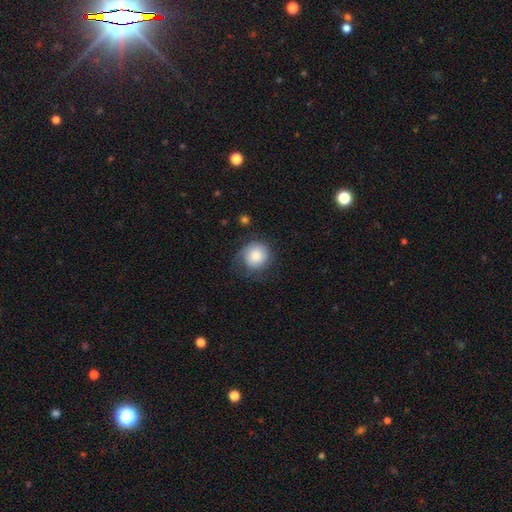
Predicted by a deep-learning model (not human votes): Overall: smooth (77%). How rounded: round (87%). Merging: none (58%; minor disturbance 27%).